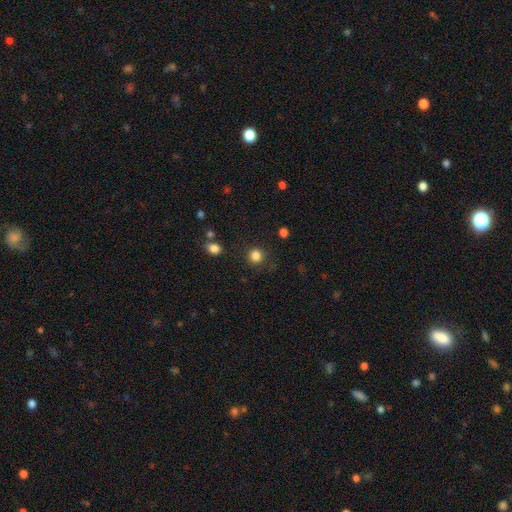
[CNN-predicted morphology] This is clearly a smooth galaxy (84%). How rounded: clearly round (92%). Merging: clearly none (86%).